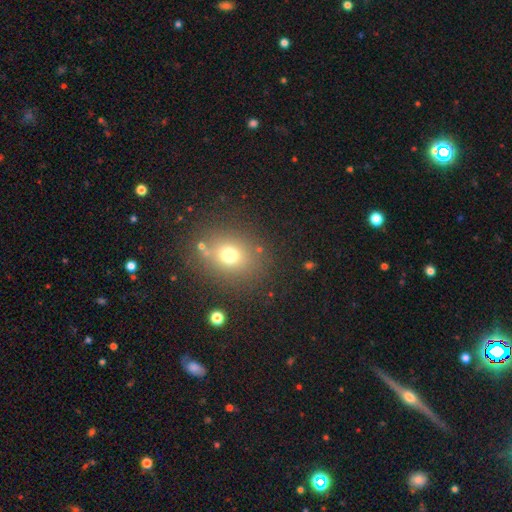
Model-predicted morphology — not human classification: Smooth or featured?
  - smooth: 58% *
  - star or artifact: 29%
  - featured or disk: 13%
How rounded?
  - round: 70% *
  - in between: 29%
  - cigar-shaped: 2%
Merging?
  - none: 81% *
  - minor disturbance: 9%
  - merger: 6%
  - major disturbance: 4%